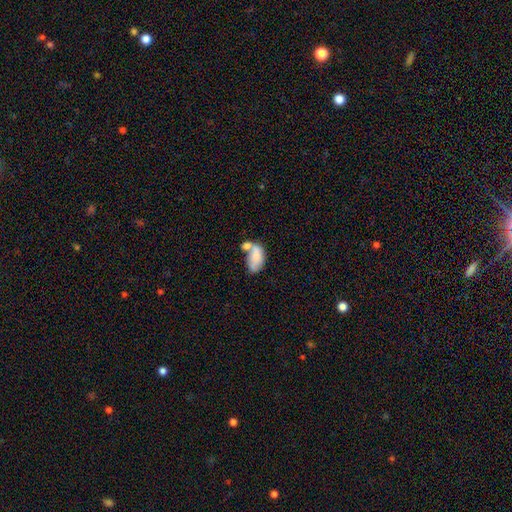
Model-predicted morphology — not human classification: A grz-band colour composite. It shows a smooth galaxy with no disk features (70%) that is in between round and cigar-shaped (92%). Merging: merger (47%).